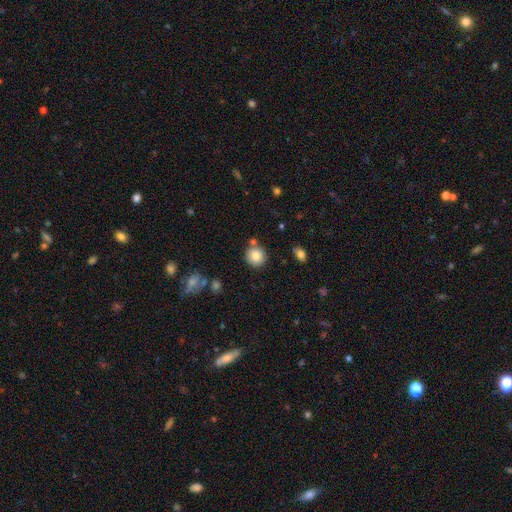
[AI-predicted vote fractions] Q: Smooth or featured?
A: smooth (84%); runner-up: star or artifact (9%)
Q: How rounded?
A: round (91%); runner-up: in between (8%)
Q: Merging?
A: none (79%); runner-up: minor disturbance (9%)